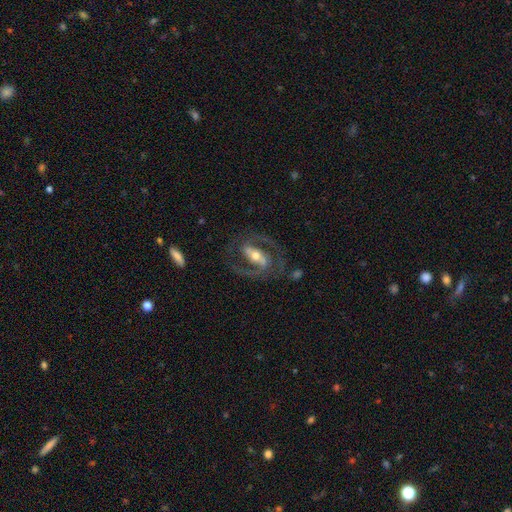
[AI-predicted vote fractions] featured or disk 89%, smooth 6%, star or artifact 5%. Down the decision tree: edge-on disk — no (96%); bar — strong (58%); spiral arms — yes (96%); spiral arm count — 2 (92%); spiral winding — medium (61%); bulge size — moderate (61%); merging — none (76%).